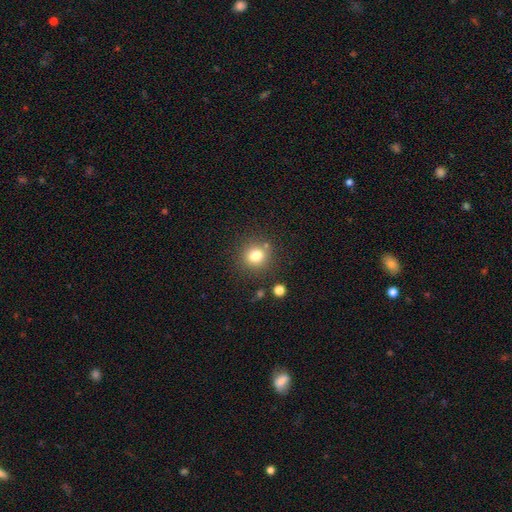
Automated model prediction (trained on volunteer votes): Smooth or featured: smooth — 79% (star or artifact — 13%)
How rounded: round — 89% (in between — 10%)
Merging: none — 82% (minor disturbance — 9%)